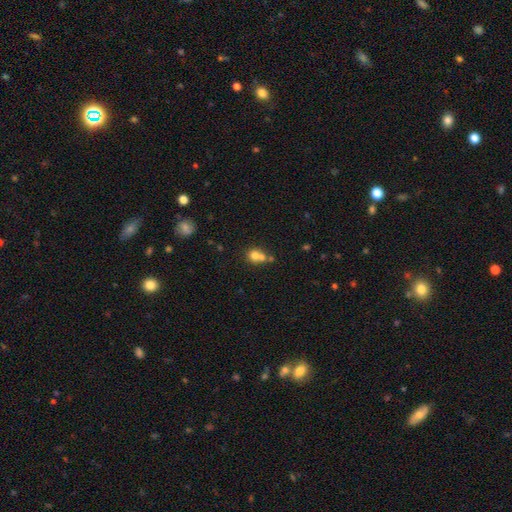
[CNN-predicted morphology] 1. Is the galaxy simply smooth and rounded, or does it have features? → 72% smooth, 16% featured or disk, 12% star or artifact.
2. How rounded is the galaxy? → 75% round, 24% in between, 1% cigar-shaped.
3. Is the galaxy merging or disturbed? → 54% merger, 34% none, 8% minor disturbance, 4% major disturbance.